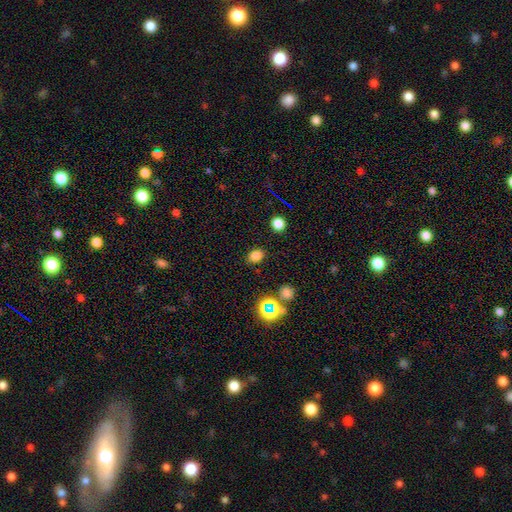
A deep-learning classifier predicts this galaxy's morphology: smooth-or-featured: smooth: 77% | star or artifact: 17% | featured or disk: 5%
  how-rounded: in between: 60% | round: 39% | cigar-shaped: 1%
  merging: none: 85% | minor disturbance: 9% | major disturbance: 3% | merger: 3%